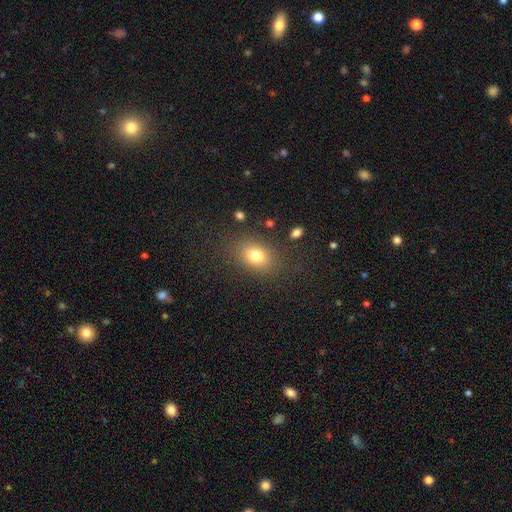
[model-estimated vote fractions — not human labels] Q: Smooth or featured?
A: smooth (78%); runner-up: star or artifact (12%)
Q: How rounded?
A: in between (70%); runner-up: round (28%)
Q: Merging?
A: none (81%); runner-up: minor disturbance (11%)